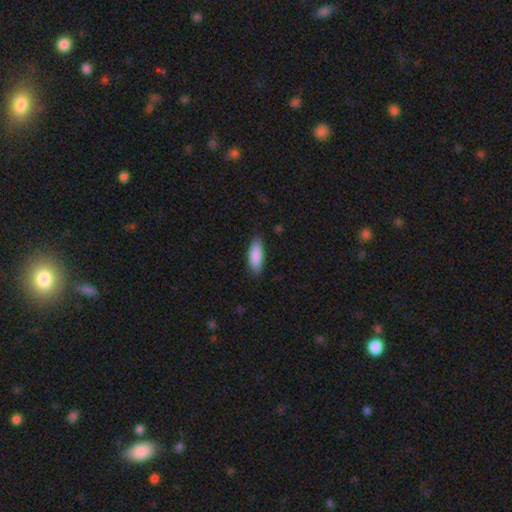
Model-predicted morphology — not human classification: A smooth galaxy with no disk features (89%) that is in between round and cigar-shaped (72%).

Vote fractions:
- Smooth or featured? smooth: 89% / featured or disk: 6% / star or artifact: 6%
- How rounded? in between: 72% / cigar-shaped: 27% / round: 2%
- Merging? none: 83% / minor disturbance: 13% / major disturbance: 2% / merger: 1%